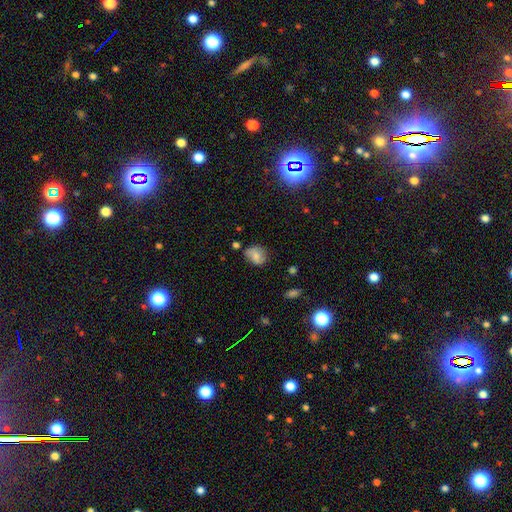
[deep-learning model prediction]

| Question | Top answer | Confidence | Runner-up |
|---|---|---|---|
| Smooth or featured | smooth | 64% | featured or disk (26%) |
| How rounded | round | 52% | in between (47%) |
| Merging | none | 62% | minor disturbance (27%) |